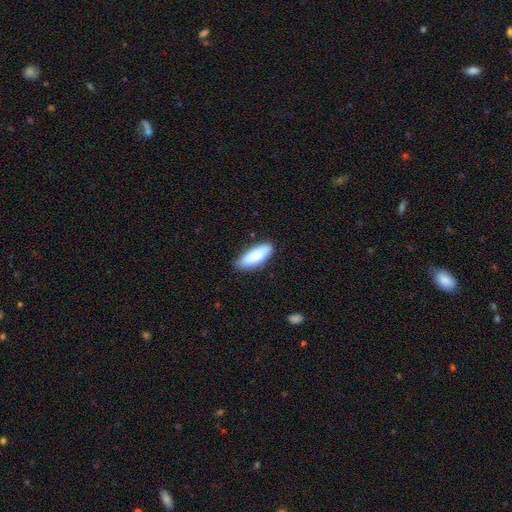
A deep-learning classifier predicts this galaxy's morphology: smooth-or-featured: smooth: 83% | featured or disk: 11% | star or artifact: 6%
  how-rounded: in between: 74% | cigar-shaped: 24% | round: 2%
  merging: none: 79% | minor disturbance: 17% | major disturbance: 3% | merger: 1%